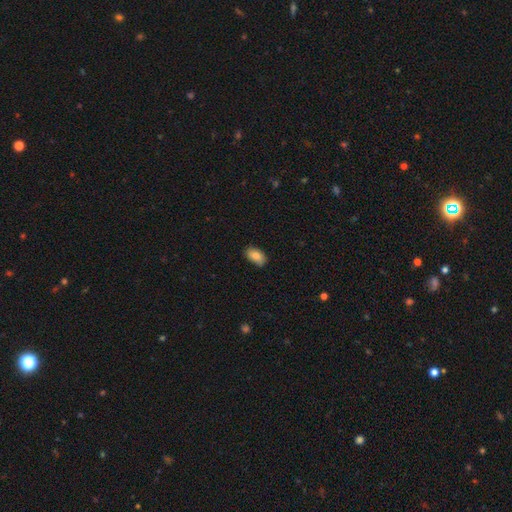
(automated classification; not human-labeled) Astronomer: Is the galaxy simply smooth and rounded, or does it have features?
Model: smooth — 80%.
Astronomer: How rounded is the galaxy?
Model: in between — 92%.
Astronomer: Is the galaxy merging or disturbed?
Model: none — 78%.